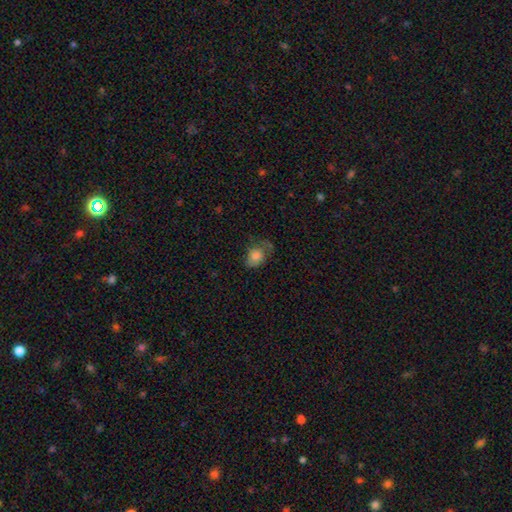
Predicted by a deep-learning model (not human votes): smooth_or_featured: smooth (p=0.78) [alt: featured or disk p=0.13]
how_rounded: in between (p=0.58) [alt: round p=0.41]
merging: none (p=0.37) [alt: minor disturbance p=0.33]